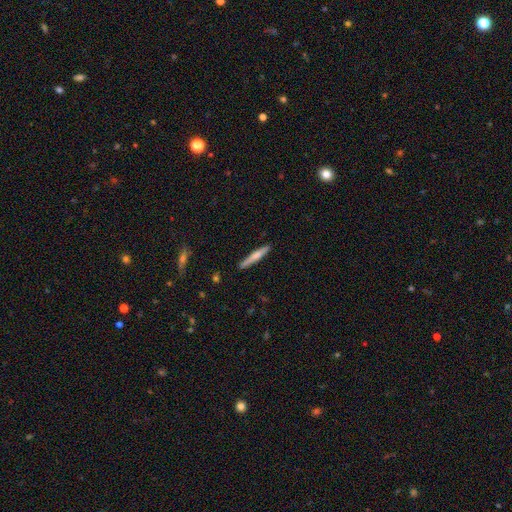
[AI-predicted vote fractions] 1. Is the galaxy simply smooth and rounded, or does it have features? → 59% smooth, 35% featured or disk, 6% star or artifact.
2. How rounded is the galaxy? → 95% cigar-shaped, 4% in between, 1% round.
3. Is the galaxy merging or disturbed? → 88% none, 9% minor disturbance, 2% major disturbance, 1% merger.